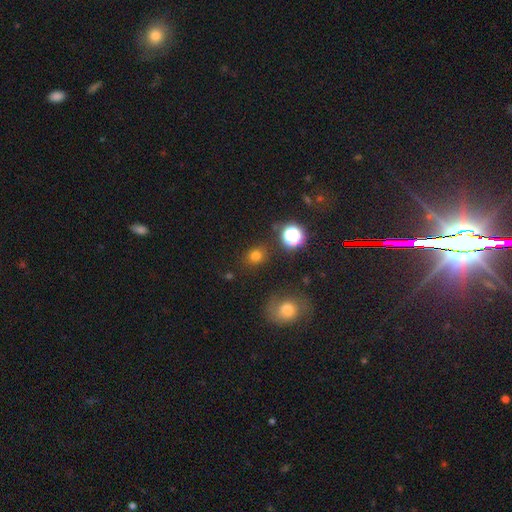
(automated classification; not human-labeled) Morphology: type=smooth (74%); roundness=round (69%); merging=none (84%).